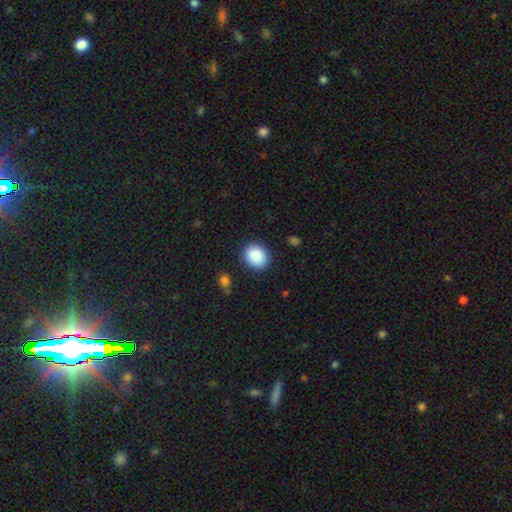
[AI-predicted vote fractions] smooth_or_featured: smooth (p=0.89) [alt: star or artifact p=0.07]
how_rounded: round (p=0.58) [alt: in between p=0.41]
merging: none (p=0.87) [alt: minor disturbance p=0.09]